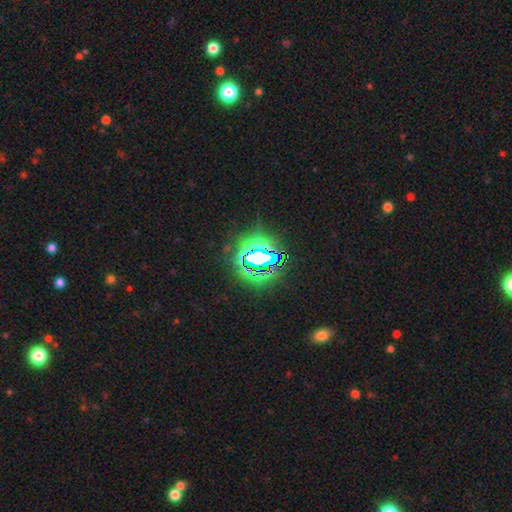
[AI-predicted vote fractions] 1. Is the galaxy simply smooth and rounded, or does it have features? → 82% star or artifact, 10% smooth, 7% featured or disk.